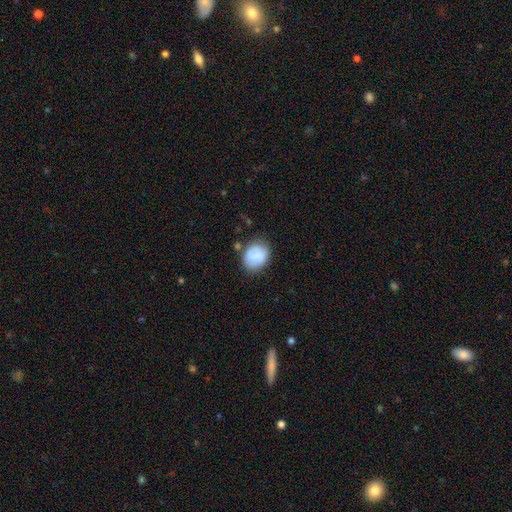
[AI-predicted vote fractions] This appears to be a smooth galaxy with no disk features (76%) that is round (55%). Merging: none (67%).